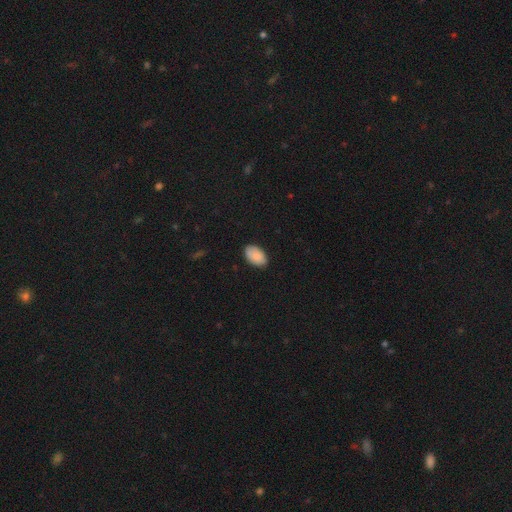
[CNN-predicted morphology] smooth 88%, star or artifact 6%, featured or disk 6%. Down the decision tree: how rounded — in between (93%); merging — none (83%).